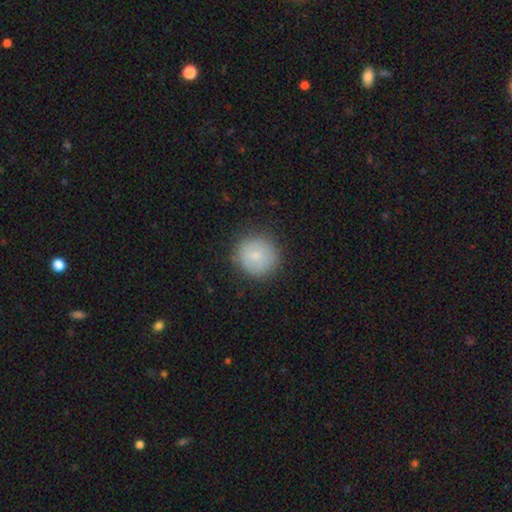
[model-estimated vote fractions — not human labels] The model was most divided on "smooth or featured": smooth: 78%, featured or disk: 14%, star or artifact: 8%. More confident: how rounded — round (93%); merging — none (85%).